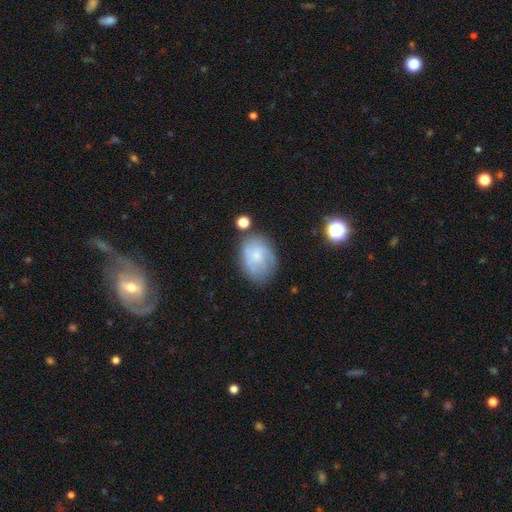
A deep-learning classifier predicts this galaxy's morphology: Smooth or featured?
  - smooth: 48% *
  - featured or disk: 43%
  - star or artifact: 9%
Merging?
  - none: 62% *
  - minor disturbance: 24%
  - major disturbance: 9%
  - merger: 6%